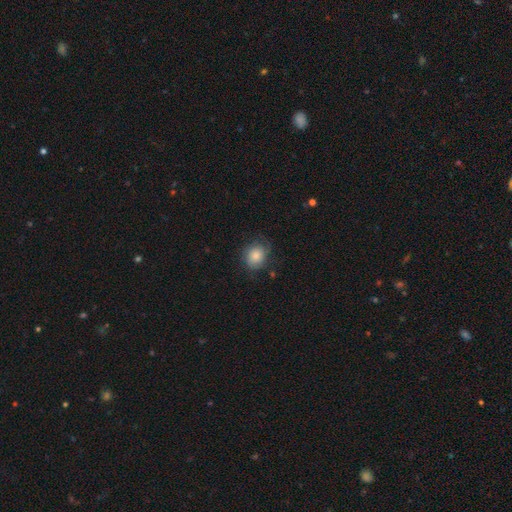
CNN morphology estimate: Smooth or featured? Predicted: smooth (p=0.71). How rounded? Predicted: round (p=0.63). Merging? Predicted: none (p=0.65).